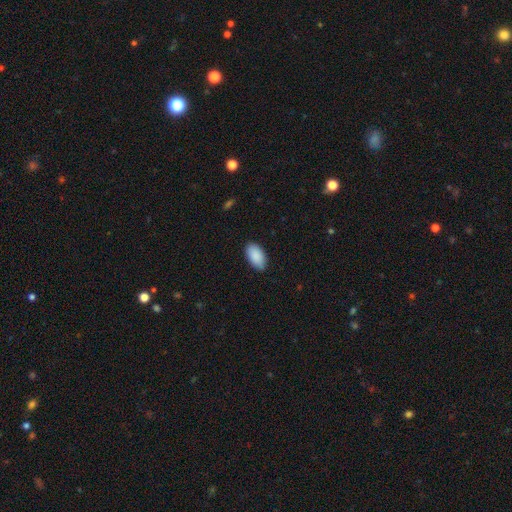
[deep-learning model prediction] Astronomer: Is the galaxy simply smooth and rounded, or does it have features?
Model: smooth — 90%.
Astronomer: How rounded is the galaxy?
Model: in between — 95%.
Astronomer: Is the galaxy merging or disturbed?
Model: none — 84%.